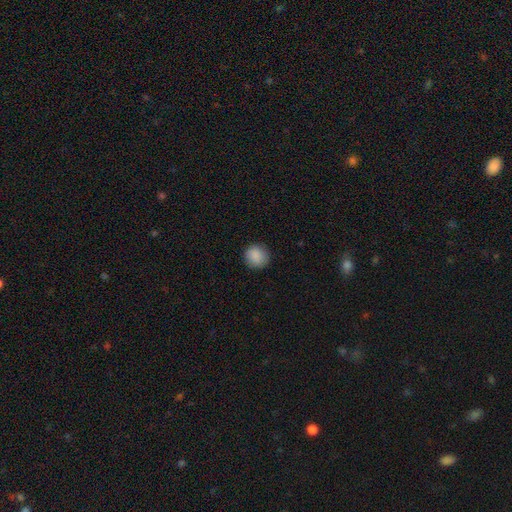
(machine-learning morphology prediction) smooth 88%, star or artifact 8%, featured or disk 3%. Down the decision tree: how rounded — round (92%); merging — none (89%).